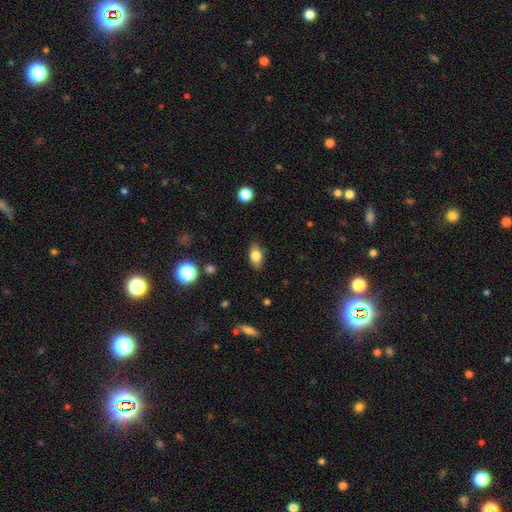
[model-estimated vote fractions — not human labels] Smooth or featured? Predicted: smooth (p=0.81). How rounded? Predicted: in between (p=0.87). Merging? Predicted: none (p=0.85).